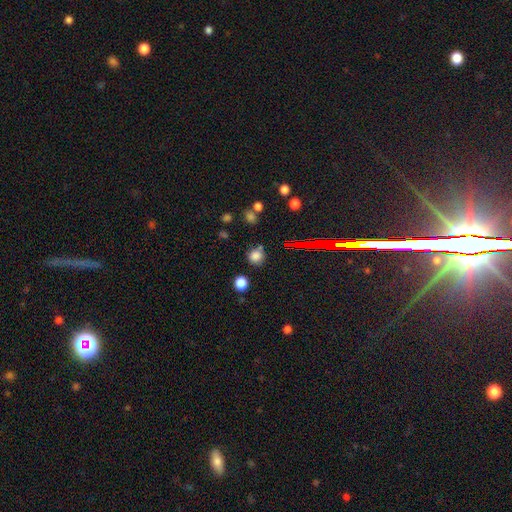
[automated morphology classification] Smooth or featured?
  - smooth: 76% *
  - star or artifact: 18%
  - featured or disk: 6%
How rounded?
  - round: 87% *
  - in between: 12%
  - cigar-shaped: 1%
Merging?
  - none: 75% *
  - minor disturbance: 13%
  - merger: 8%
  - major disturbance: 4%